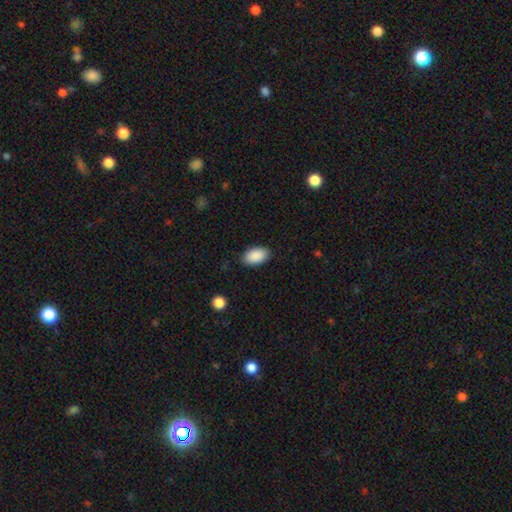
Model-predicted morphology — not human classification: Smooth or featured: smooth — 90% (star or artifact — 6%)
How rounded: in between — 94% (round — 5%)
Merging: none — 86% (minor disturbance — 10%)